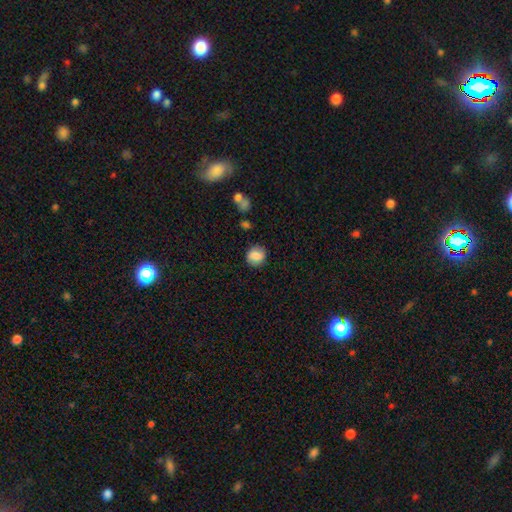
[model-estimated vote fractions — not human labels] Q: Smooth or featured?
A: smooth (81%); runner-up: featured or disk (11%)
Q: How rounded?
A: round (74%); runner-up: in between (25%)
Q: Merging?
A: none (82%); runner-up: minor disturbance (12%)